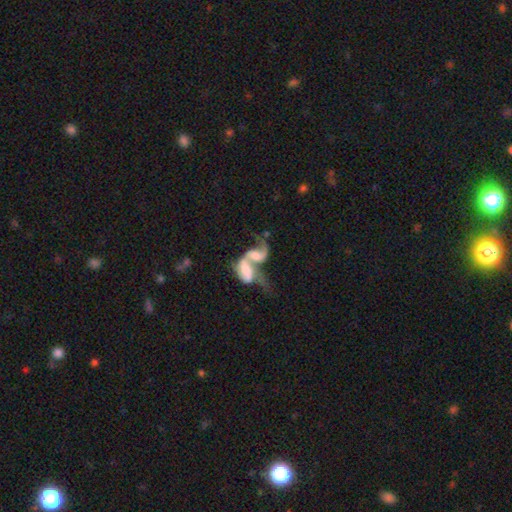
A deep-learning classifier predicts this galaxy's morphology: This appears to be a featured or disk galaxy (69%) with no bar (47%), 2 (74%) loose (70%) spiral arms (81%) and no central bulge (34%). Merging: merger (79%).